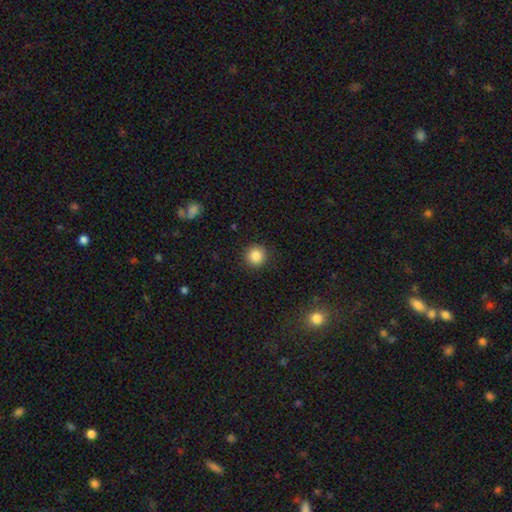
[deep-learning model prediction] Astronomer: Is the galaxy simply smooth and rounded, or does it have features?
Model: smooth — 86%.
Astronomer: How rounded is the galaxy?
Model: round — 95%.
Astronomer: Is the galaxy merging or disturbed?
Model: none — 91%.